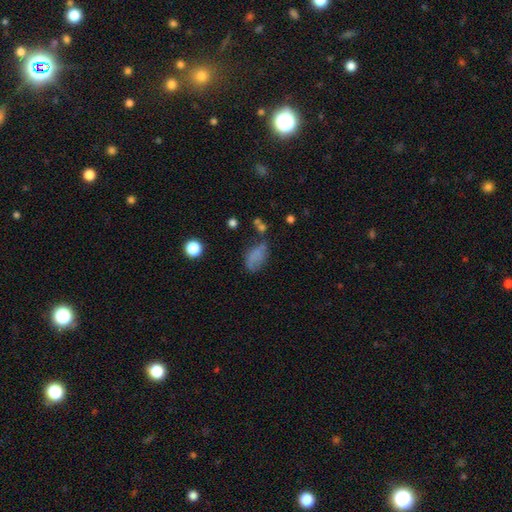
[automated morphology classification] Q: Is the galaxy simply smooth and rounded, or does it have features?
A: smooth — 70%.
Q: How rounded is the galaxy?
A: in between — 88%.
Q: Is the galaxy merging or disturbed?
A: none — 45%.